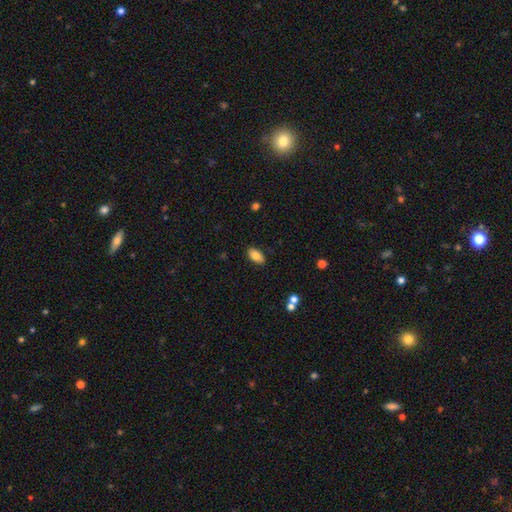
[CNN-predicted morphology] This is clearly a smooth galaxy (83%). How rounded: clearly in between (93%). Merging: clearly none (87%).